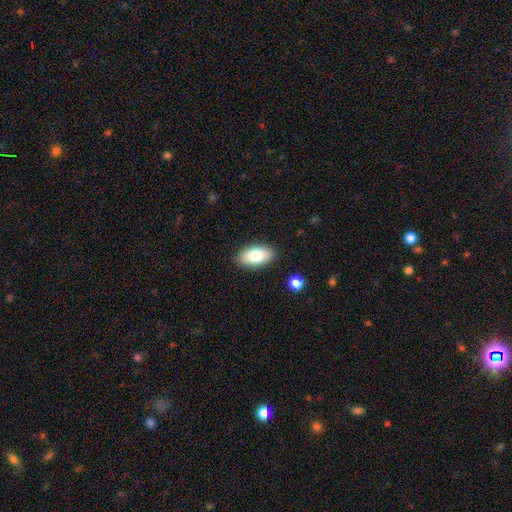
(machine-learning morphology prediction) This appears to be a smooth galaxy with no disk features (79%) that is in between round and cigar-shaped (92%). Merging: none (87%).